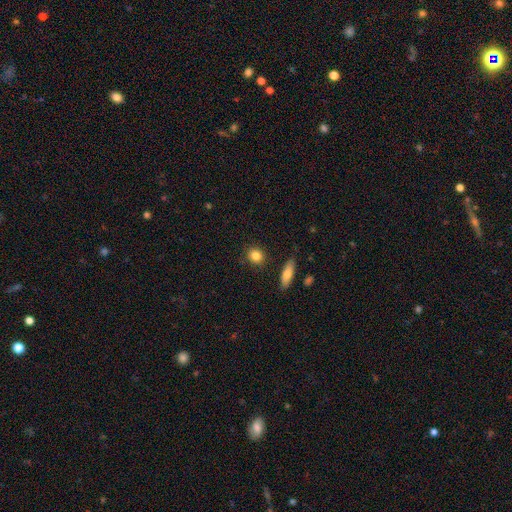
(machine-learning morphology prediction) Smooth or featured?
  - smooth: 84% *
  - star or artifact: 9%
  - featured or disk: 7%
How rounded?
  - round: 74% *
  - in between: 23%
  - cigar-shaped: 3%
Merging?
  - none: 87% *
  - minor disturbance: 8%
  - merger: 2%
  - major disturbance: 2%